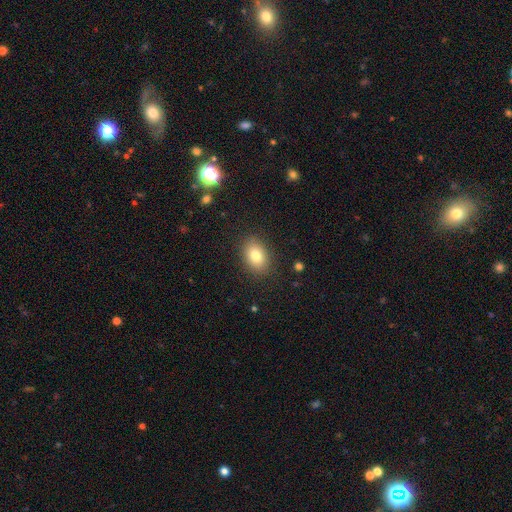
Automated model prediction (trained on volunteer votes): This appears to be a smooth galaxy with no disk features (80%) that is in between round and cigar-shaped (78%). Merging: none (87%).